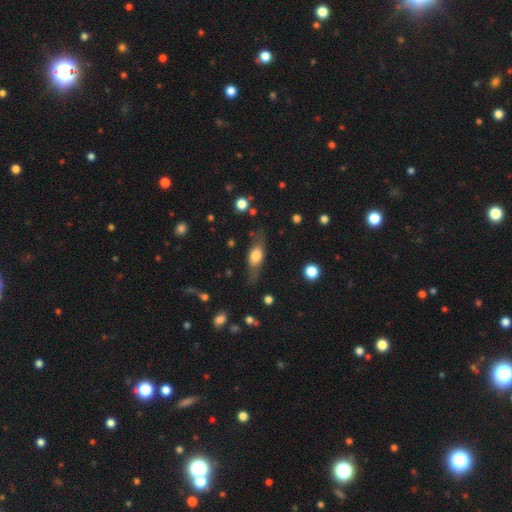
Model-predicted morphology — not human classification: A smooth galaxy with no disk features (57%) that is in between round and cigar-shaped (67%).

Vote fractions:
- Smooth or featured? smooth: 57% / featured or disk: 35% / star or artifact: 7%
- How rounded? in between: 67% / cigar-shaped: 26% / round: 7%
- Merging? none: 68% / minor disturbance: 21% / major disturbance: 9% / merger: 2%